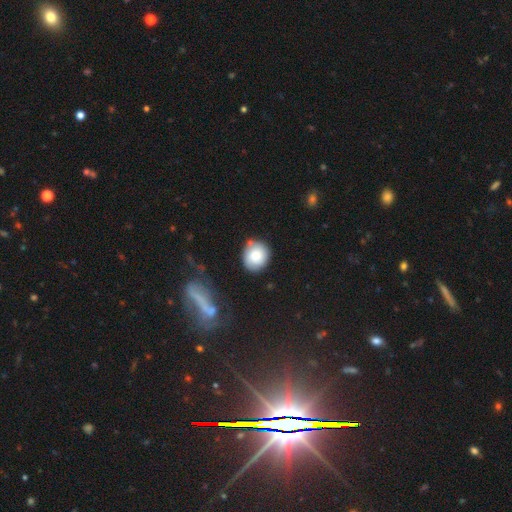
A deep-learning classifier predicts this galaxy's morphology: This is likely a smooth galaxy (78%). How rounded: clearly round (80%). Merging: likely none (72%).